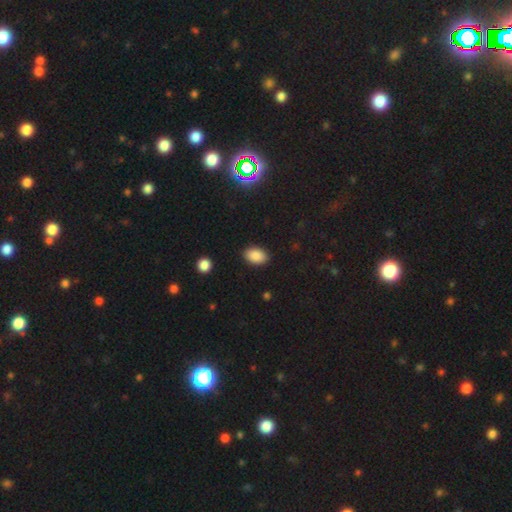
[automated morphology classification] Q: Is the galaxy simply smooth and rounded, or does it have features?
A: smooth — 88%.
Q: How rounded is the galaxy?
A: in between — 87%.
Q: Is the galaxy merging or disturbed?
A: none — 89%.